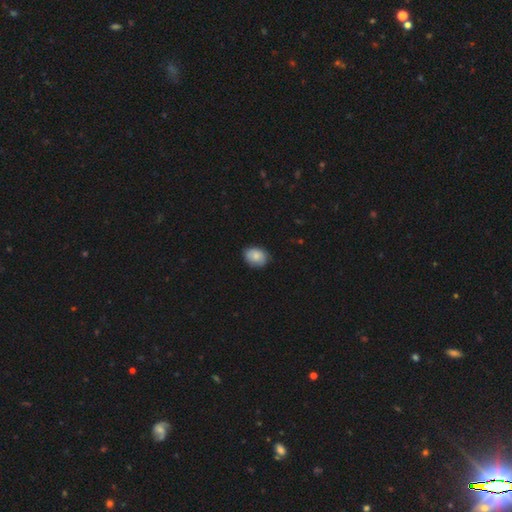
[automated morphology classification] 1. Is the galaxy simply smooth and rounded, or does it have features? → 82% smooth, 11% featured or disk, 7% star or artifact.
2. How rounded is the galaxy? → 60% in between, 39% round, 1% cigar-shaped.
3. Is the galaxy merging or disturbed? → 79% none, 17% minor disturbance, 3% major disturbance, 1% merger.